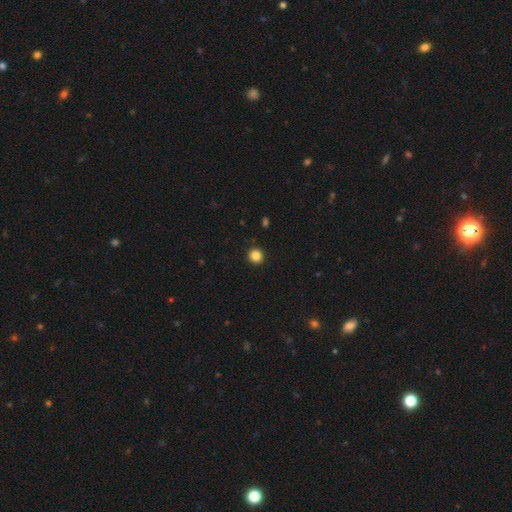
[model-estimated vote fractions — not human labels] The model was most divided on "smooth or featured": smooth: 85%, star or artifact: 11%, featured or disk: 4%. More confident: how rounded — round (94%); merging — none (93%).